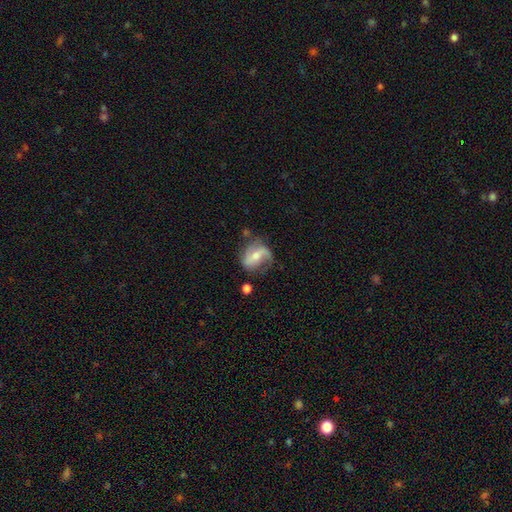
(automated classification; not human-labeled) Smooth or featured? Predicted: featured or disk (p=0.73). Edge-on disk? Predicted: no (p=0.97). Bar? Predicted: weak (p=0.39). Spiral arms? Predicted: yes (p=0.91). Spiral winding? Predicted: loose (p=0.51). Spiral arm count? Predicted: 2 (p=0.75). Bulge size? Predicted: moderate (p=0.52). Merging? Predicted: none (p=0.56).